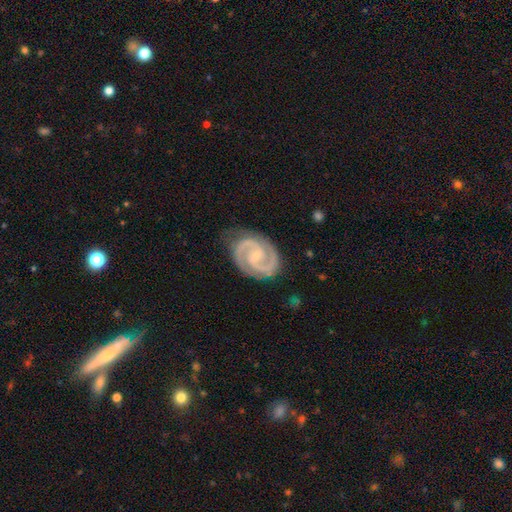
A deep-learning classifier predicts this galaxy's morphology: Smooth or featured?
  - featured or disk: 94% *
  - star or artifact: 4%
  - smooth: 3%
Edge-on disk?
  - no: 98% *
  - yes: 2%
Bar?
  - no: 46% *
  - weak: 40%
  - strong: 13%
Spiral arms?
  - yes: 99% *
  - no: 1%
Spiral winding?
  - tight: 49% *
  - medium: 46%
  - loose: 5%
Spiral arm count?
  - 2: 94% *
  - 3: 1%
  - can't tell: 1%
  - 1: 1%
  - 4: 1%
  - more than 4: 1%
Bulge size?
  - small: 64% *
  - moderate: 19%
  - none: 14%
  - large: 1%
  - dominant: 1%
Merging?
  - none: 84% *
  - minor disturbance: 12%
  - major disturbance: 3%
  - merger: 1%